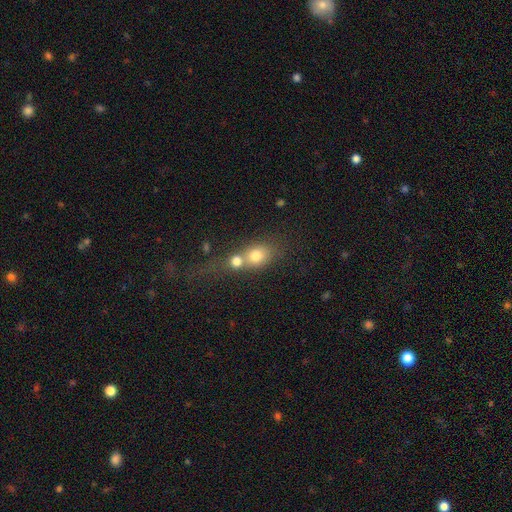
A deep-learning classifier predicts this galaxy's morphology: Smooth or featured?
  - smooth: 72% *
  - featured or disk: 17%
  - star or artifact: 12%
How rounded?
  - round: 56% *
  - in between: 40%
  - cigar-shaped: 3%
Merging?
  - merger: 59% *
  - none: 27%
  - minor disturbance: 7%
  - major disturbance: 7%